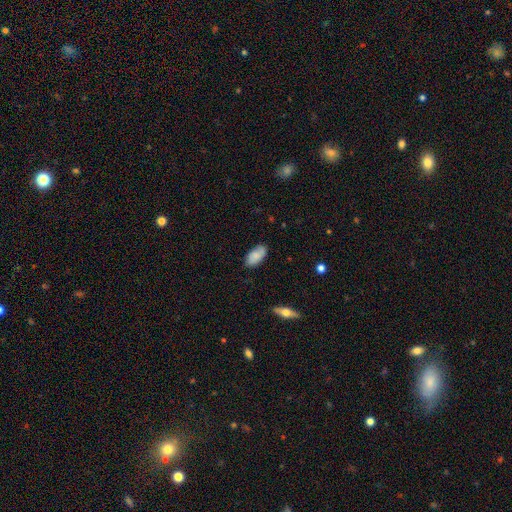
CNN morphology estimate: A smooth galaxy with no disk features (78%) that is in between round and cigar-shaped (94%). Merging: none (80%).